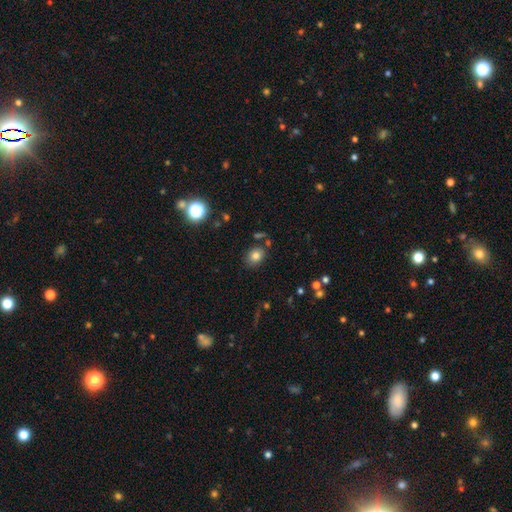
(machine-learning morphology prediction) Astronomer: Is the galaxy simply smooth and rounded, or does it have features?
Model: smooth — 79%.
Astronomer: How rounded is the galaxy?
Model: round — 60% (runner-up: in between, 39%).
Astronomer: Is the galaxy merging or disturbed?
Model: none — 79%.